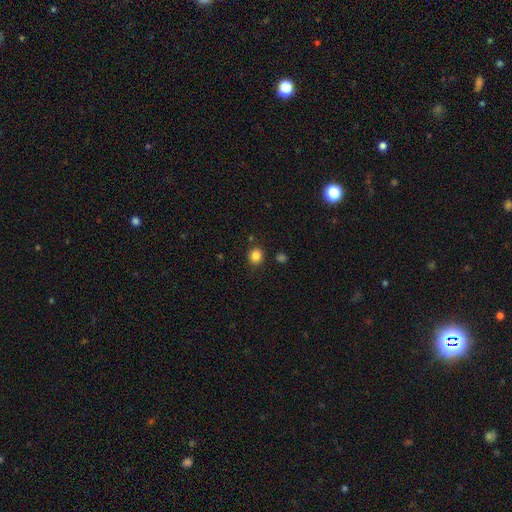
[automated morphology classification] A smooth galaxy with no disk features (85%) that is round (83%).

Vote fractions:
- Smooth or featured? smooth: 85% / star or artifact: 11% / featured or disk: 4%
- How rounded? round: 83% / in between: 16% / cigar-shaped: 1%
- Merging? none: 87% / minor disturbance: 8% / merger: 3% / major disturbance: 2%